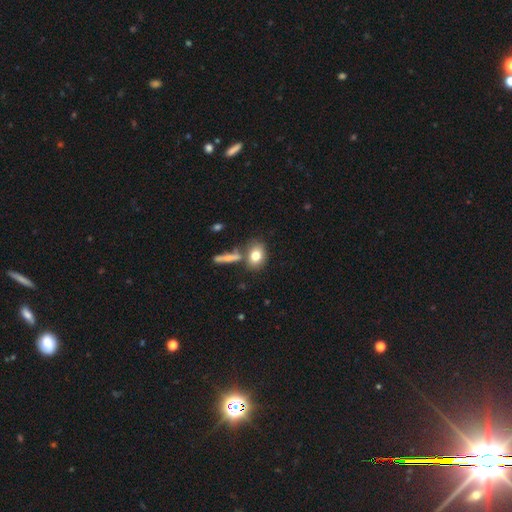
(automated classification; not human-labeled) smooth_or_featured: smooth (p=0.78) [alt: featured or disk p=0.13]
how_rounded: in between (p=0.62) [alt: round p=0.34]
merging: none (p=0.65) [alt: merger p=0.18]